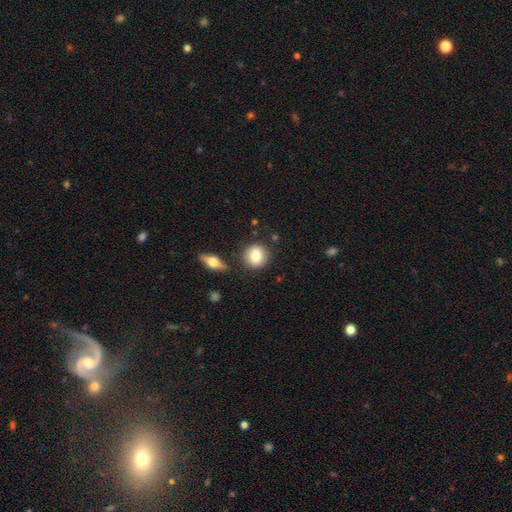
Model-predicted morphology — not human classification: Smooth or featured: smooth — 80% (featured or disk — 12%)
How rounded: round — 81% (in between — 17%)
Merging: none — 82% (minor disturbance — 10%)